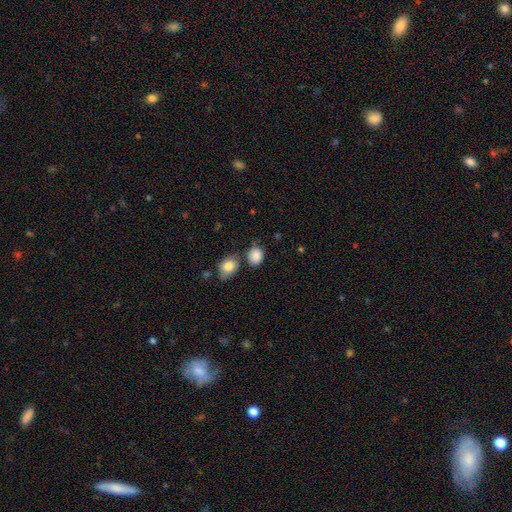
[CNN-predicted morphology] smooth-or-featured: smooth: 87% | star or artifact: 8% | featured or disk: 5%
  how-rounded: in between: 51% | round: 48% | cigar-shaped: 1%
  merging: none: 66% | minor disturbance: 18% | merger: 11% | major disturbance: 5%